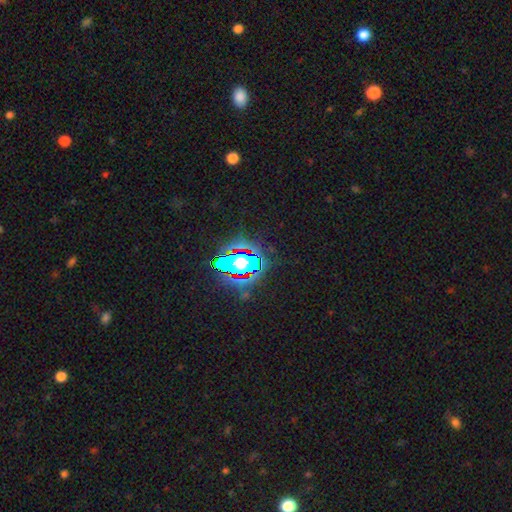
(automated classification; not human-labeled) A star or artifact, not a galaxy (80%).

Vote fractions:
- Smooth or featured? star or artifact: 80% / smooth: 12% / featured or disk: 8%